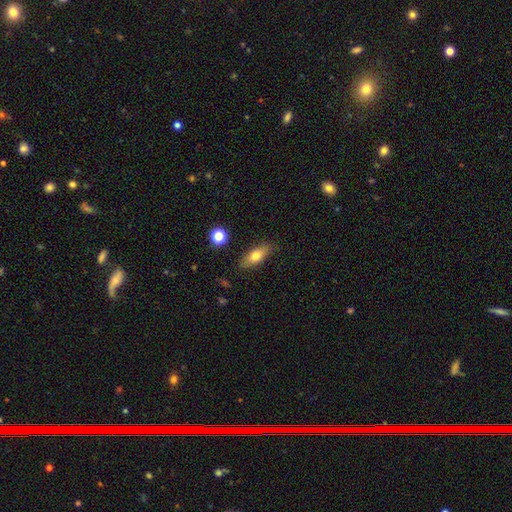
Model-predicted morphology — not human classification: Smooth or featured? smooth (69%)
How rounded? in between (69%)
Merging? none (84%)